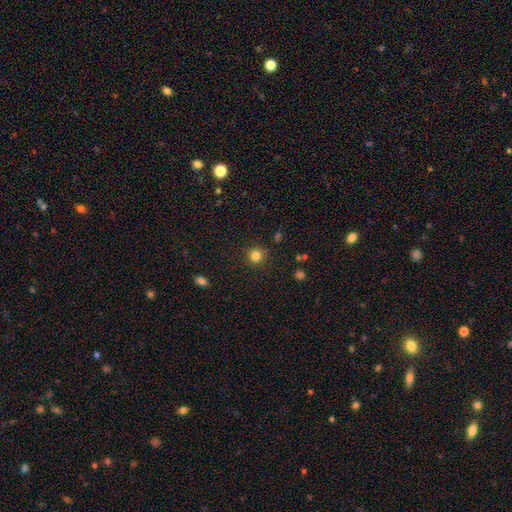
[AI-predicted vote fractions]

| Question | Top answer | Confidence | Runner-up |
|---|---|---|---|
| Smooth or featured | smooth | 82% | star or artifact (13%) |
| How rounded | round | 91% | in between (8%) |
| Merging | none | 87% | minor disturbance (8%) |